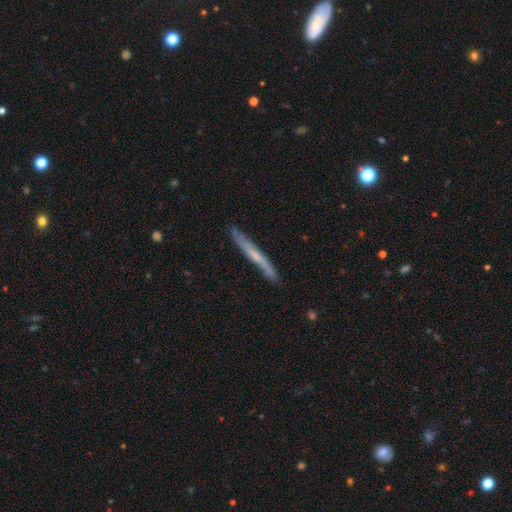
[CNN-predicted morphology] Q: Smooth or featured?
A: featured or disk (56%); runner-up: smooth (38%)
Q: Edge-on disk?
A: yes (88%); runner-up: no (12%)
Q: Merging?
A: none (82%); runner-up: minor disturbance (14%)